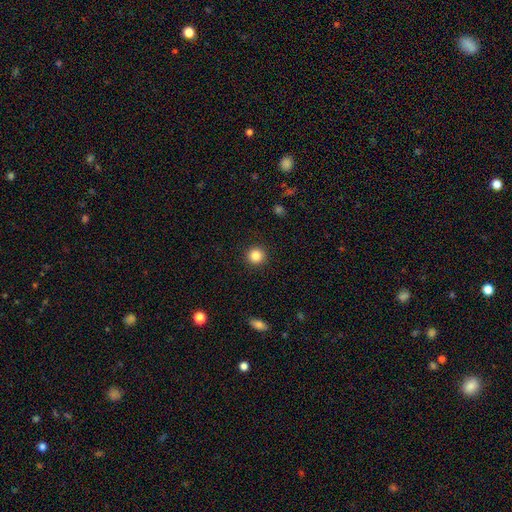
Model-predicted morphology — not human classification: smooth-or-featured: smooth: 85% | star or artifact: 11% | featured or disk: 4%
  how-rounded: round: 95% | in between: 4% | cigar-shaped: 1%
  merging: none: 93% | minor disturbance: 5% | major disturbance: 2% | merger: 1%